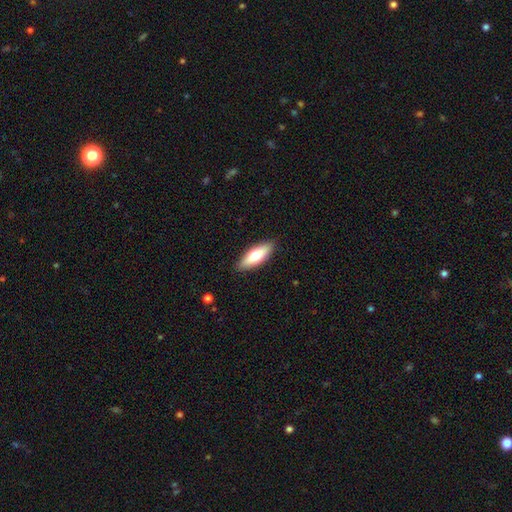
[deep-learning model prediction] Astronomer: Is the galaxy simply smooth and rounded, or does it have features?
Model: smooth — 67%.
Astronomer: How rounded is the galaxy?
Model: in between — 59% (runner-up: cigar-shaped, 39%).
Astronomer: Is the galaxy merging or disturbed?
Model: none — 88%.